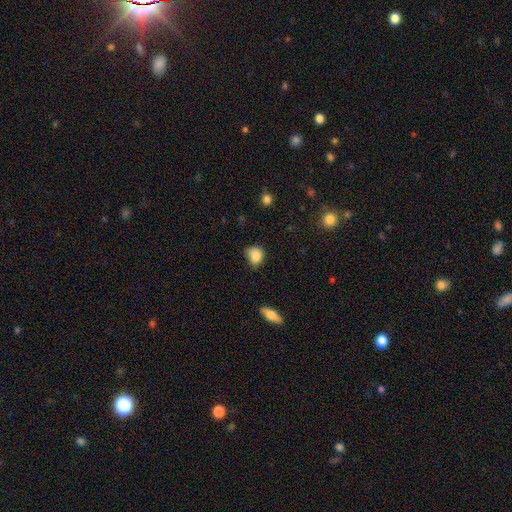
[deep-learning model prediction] A smooth galaxy with no disk features (84%) that is round (55%). Merging: none (52%).